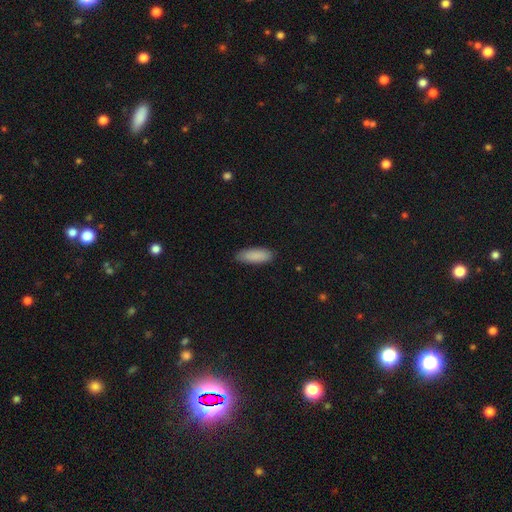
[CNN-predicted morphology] This appears to be a smooth galaxy with no disk features (89%) that is in between round and cigar-shaped (66%). Merging: none (85%).